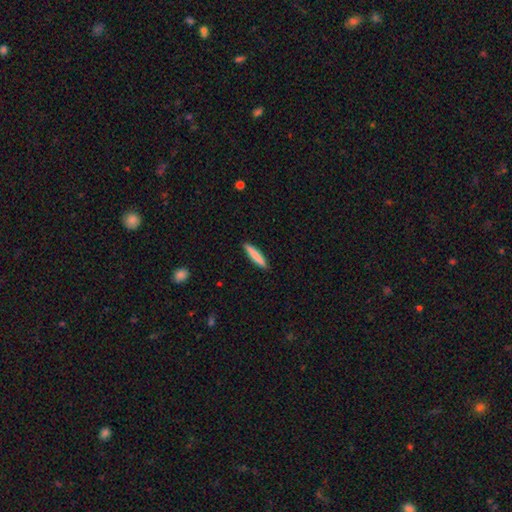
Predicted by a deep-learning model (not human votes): Smooth or featured? Predicted: smooth (p=0.80). How rounded? Predicted: cigar-shaped (p=0.91). Merging? Predicted: none (p=0.90).